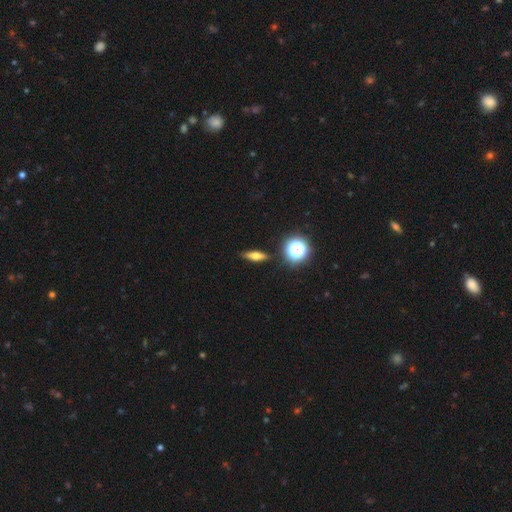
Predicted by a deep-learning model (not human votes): Smooth or featured? smooth (50%)
How rounded? cigar-shaped (49%)
Merging? none (88%)